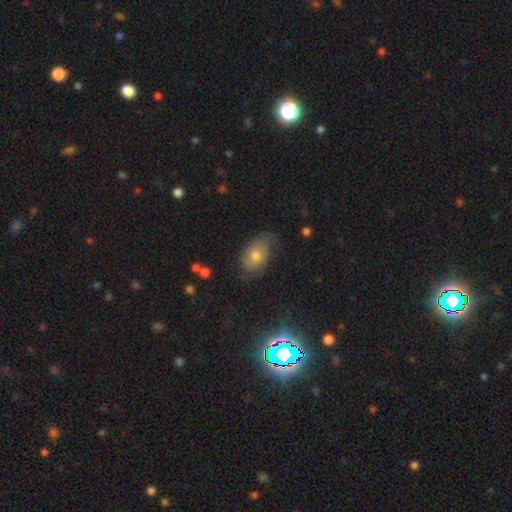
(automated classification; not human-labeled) A smooth galaxy with no disk features (50%) that is in between round and cigar-shaped (84%).

Vote fractions:
- Smooth or featured? smooth: 50% / featured or disk: 30% / star or artifact: 19%
- How rounded? in between: 84% / round: 14% / cigar-shaped: 2%
- Merging? none: 63% / minor disturbance: 25% / major disturbance: 10% / merger: 2%